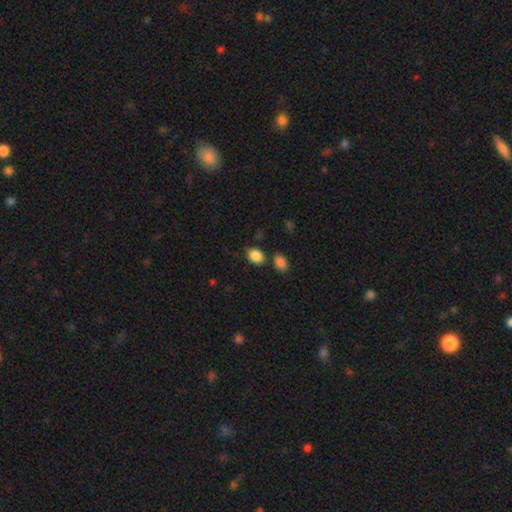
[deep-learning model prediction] Morphology: type=smooth (87%); roundness=in between (62%); merging=none (73%).